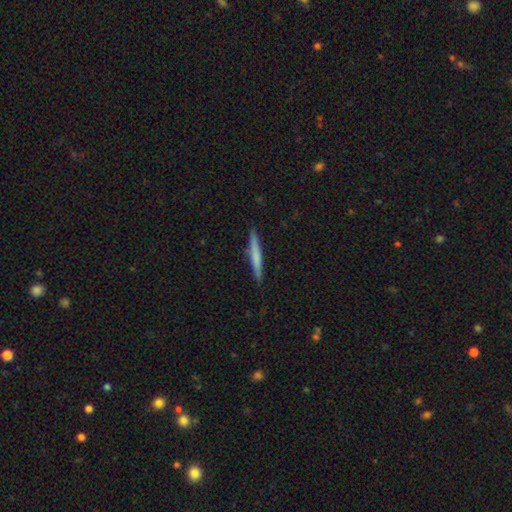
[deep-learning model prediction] Smooth or featured: smooth — 62% (featured or disk — 33%)
How rounded: cigar-shaped — 95% (in between — 3%)
Merging: none — 90% (minor disturbance — 7%)